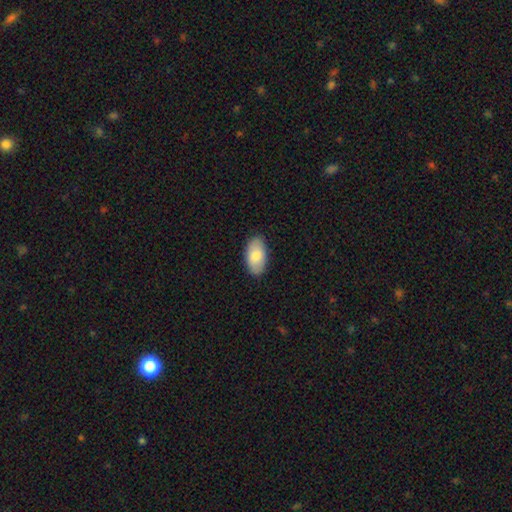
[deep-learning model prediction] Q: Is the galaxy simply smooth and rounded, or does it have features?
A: smooth — 80%.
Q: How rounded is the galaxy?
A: in between — 95%.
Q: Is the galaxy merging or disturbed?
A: none — 87%.